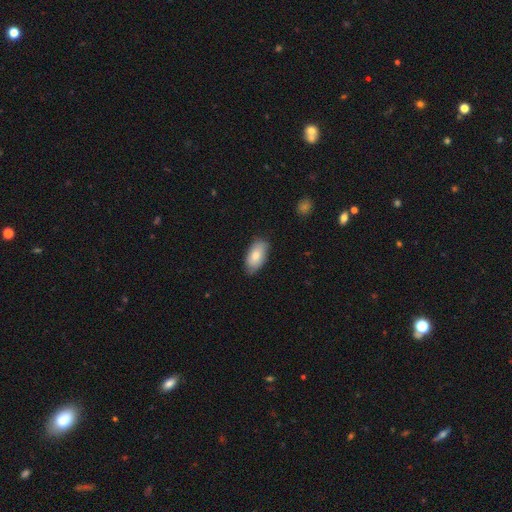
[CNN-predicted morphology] Overall: smooth (79%). How rounded: in between (94%). Merging: none (77%).